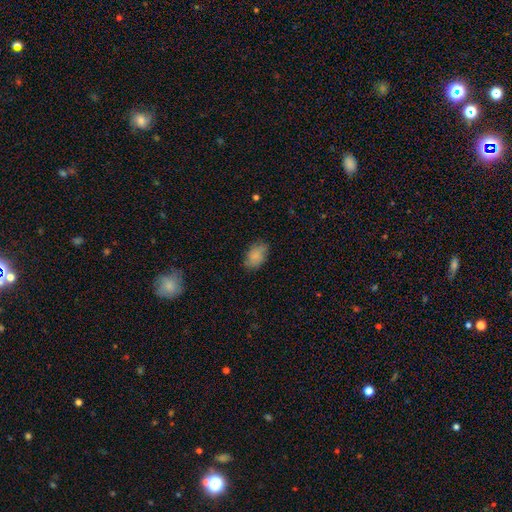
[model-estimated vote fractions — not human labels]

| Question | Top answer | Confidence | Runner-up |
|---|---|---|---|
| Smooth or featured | smooth | 79% | featured or disk (13%) |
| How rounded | in between | 88% | round (10%) |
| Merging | none | 71% | minor disturbance (22%) |